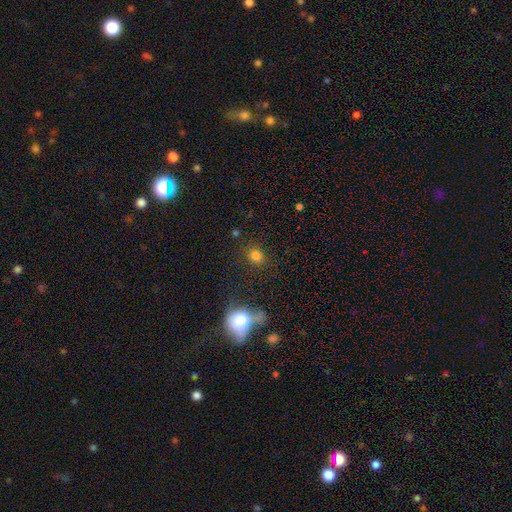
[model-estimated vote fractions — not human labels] The model was most divided on "how rounded": round: 78%, in between: 21%, cigar-shaped: 1%. More confident: merging — none (83%); smooth or featured — smooth (79%).